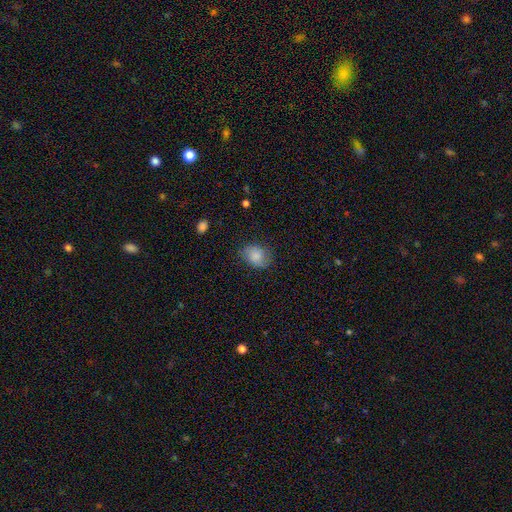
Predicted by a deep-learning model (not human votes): This appears to be a smooth galaxy with no disk features (83%) that is in between round and cigar-shaped (56%). Merging: none (75%).